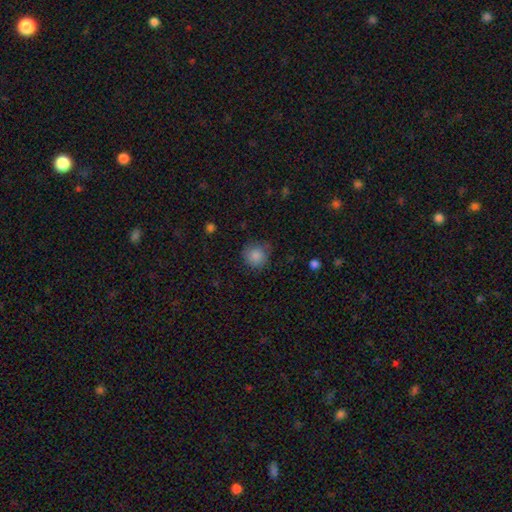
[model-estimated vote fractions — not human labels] smooth-or-featured: smooth: 85% | star or artifact: 9% | featured or disk: 6%
  how-rounded: round: 90% | in between: 9% | cigar-shaped: 1%
  merging: none: 71% | minor disturbance: 22% | major disturbance: 5% | merger: 1%